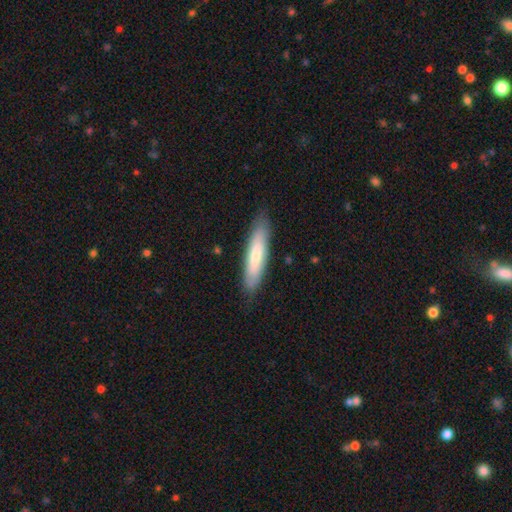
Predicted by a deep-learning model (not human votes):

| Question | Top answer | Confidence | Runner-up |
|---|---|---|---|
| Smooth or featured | smooth | 67% | featured or disk (27%) |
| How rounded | cigar-shaped | 77% | in between (21%) |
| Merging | none | 84% | minor disturbance (12%) |